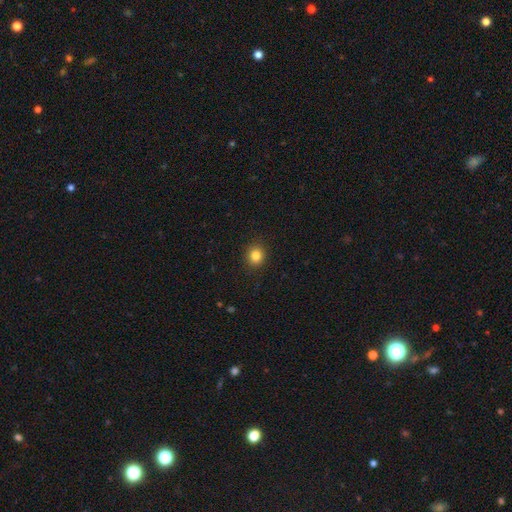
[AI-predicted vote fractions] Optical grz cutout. It shows a smooth galaxy with no disk features (84%) that is round (81%). Merging: none (91%).